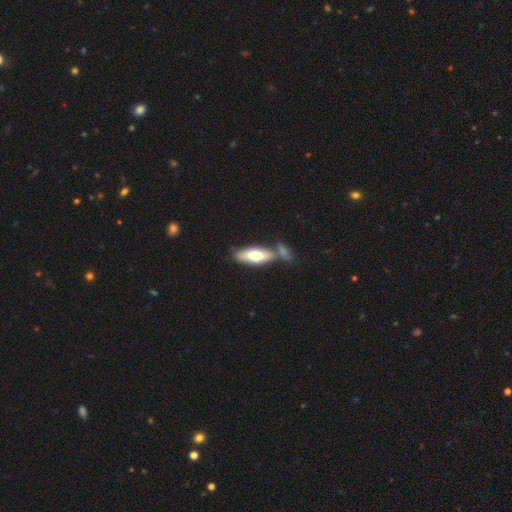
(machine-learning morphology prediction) smooth_or_featured: smooth (p=0.67) [alt: featured or disk p=0.28]
how_rounded: in between (p=0.62) [alt: cigar-shaped p=0.36]
merging: none (p=0.48) [alt: merger p=0.33]